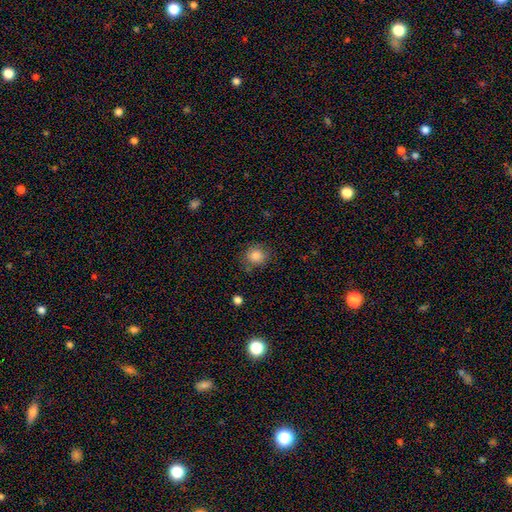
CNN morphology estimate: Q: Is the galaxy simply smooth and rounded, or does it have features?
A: smooth — 84%.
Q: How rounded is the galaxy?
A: round — 86%.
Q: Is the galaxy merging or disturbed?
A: none — 80%.